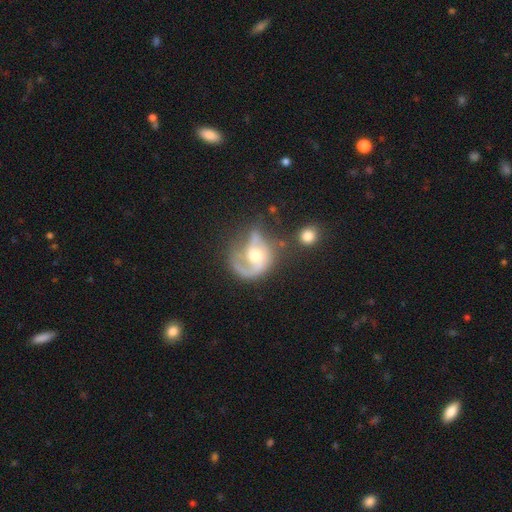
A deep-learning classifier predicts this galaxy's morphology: This is likely a featured or disk galaxy (78%). It is clearly not viewed edge-on (98%). Bar: likely no (64%). Spiral arm pattern: clearly yes (88%). Spiral arm count: possibly 1 (59%). Spiral winding: marginally medium (43%). Central bulge: likely moderate (70%). Merging: marginally none (36%).